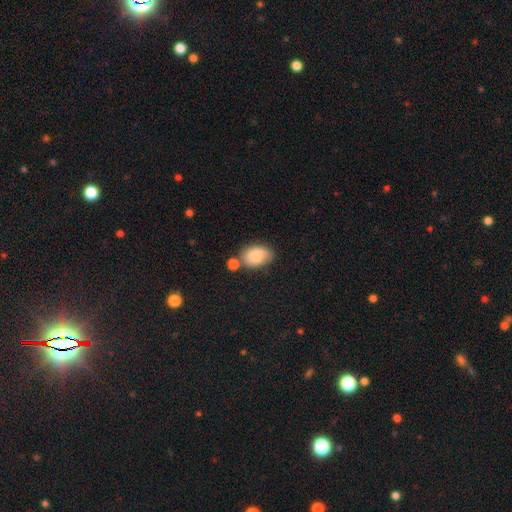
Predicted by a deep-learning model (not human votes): Smooth or featured? Predicted: smooth (p=0.77). How rounded? Predicted: in between (p=0.86). Merging? Predicted: none (p=0.57).